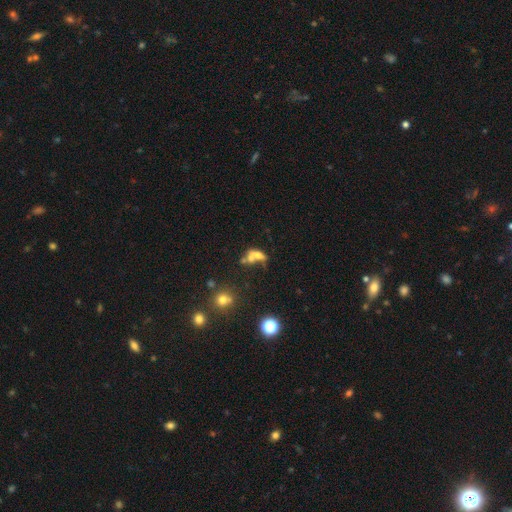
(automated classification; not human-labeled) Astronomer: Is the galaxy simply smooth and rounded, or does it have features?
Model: smooth — 54%.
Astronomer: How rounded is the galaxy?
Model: in between — 69%.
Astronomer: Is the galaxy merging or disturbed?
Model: merger — 56%.